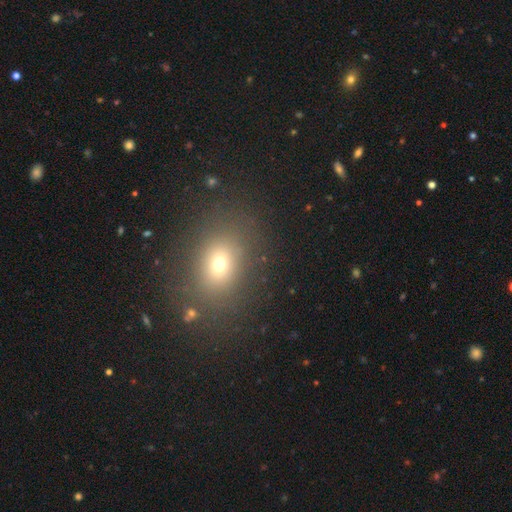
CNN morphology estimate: smooth-or-featured: smooth: 63% | star or artifact: 27% | featured or disk: 10%
  how-rounded: in between: 55% | round: 43% | cigar-shaped: 2%
  merging: none: 86% | minor disturbance: 8% | major disturbance: 4% | merger: 3%